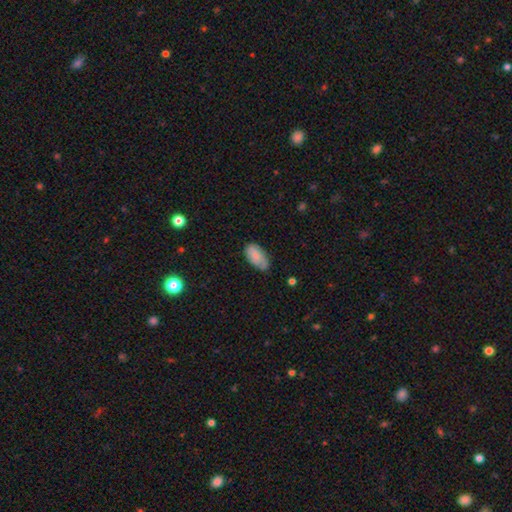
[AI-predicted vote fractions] Morphology: type=smooth (78%); roundness=in between (94%); merging=none (65%).